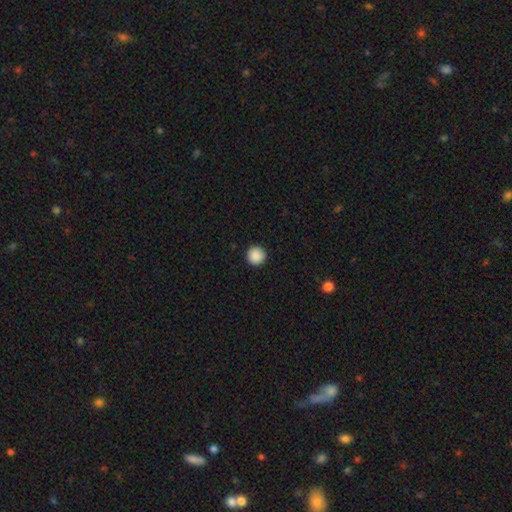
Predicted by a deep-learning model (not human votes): smooth_or_featured: smooth (p=0.89) [alt: star or artifact p=0.08]
how_rounded: round (p=0.96) [alt: in between p=0.03]
merging: none (p=0.93) [alt: minor disturbance p=0.04]